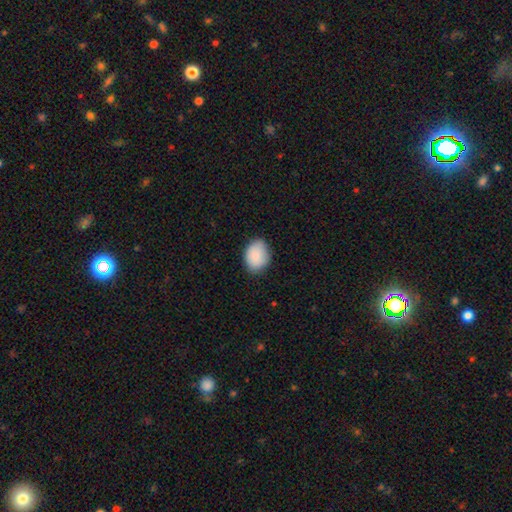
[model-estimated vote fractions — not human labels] smooth 88%, star or artifact 7%, featured or disk 5%. Down the decision tree: how rounded — in between (69%); merging — none (81%).